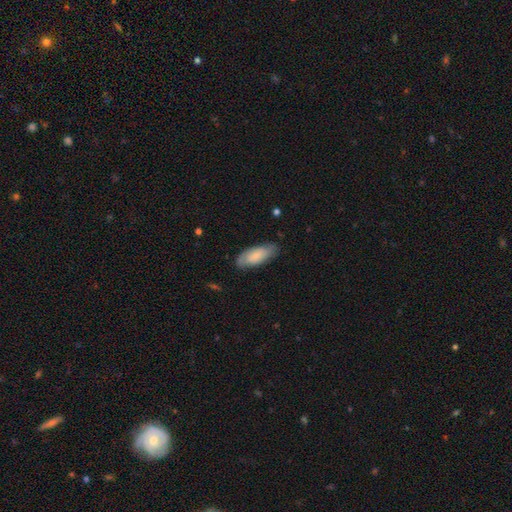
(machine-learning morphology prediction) Q: Smooth or featured?
A: smooth (73%); runner-up: featured or disk (21%)
Q: How rounded?
A: in between (79%); runner-up: cigar-shaped (19%)
Q: Merging?
A: none (77%); runner-up: minor disturbance (19%)